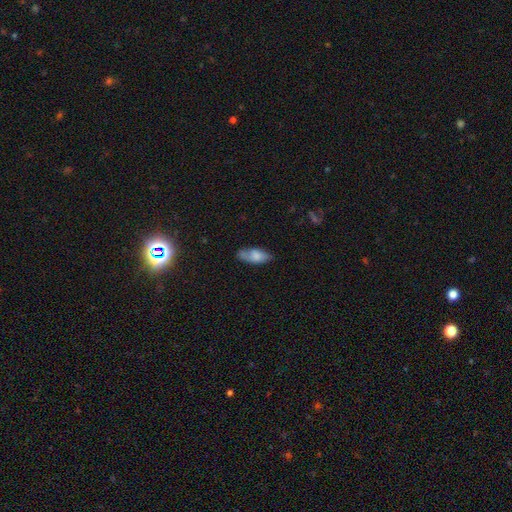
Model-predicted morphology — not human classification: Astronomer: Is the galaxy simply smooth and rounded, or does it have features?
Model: smooth — 72%.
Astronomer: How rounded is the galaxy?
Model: in between — 80%.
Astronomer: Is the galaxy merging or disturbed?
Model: none — 63%.